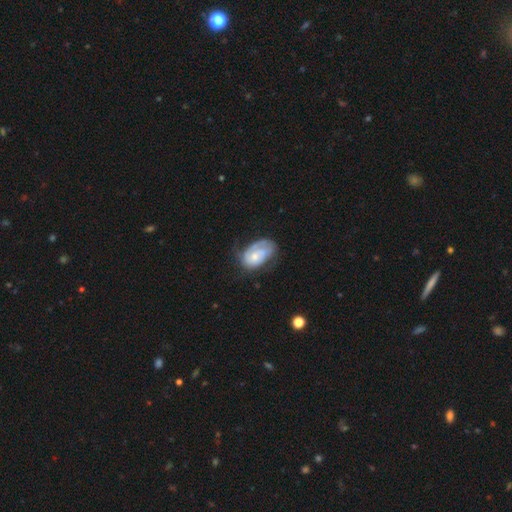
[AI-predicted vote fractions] smooth-or-featured: featured or disk: 63% | smooth: 31% | star or artifact: 6%
  disk-edge-on: no: 96% | yes: 4%
    bar: no: 75% | weak: 22% | strong: 4%
    has-spiral-arms: yes: 80% | no: 20%
    bulge-size: small: 49% | moderate: 40% | none: 5% | large: 4% | dominant: 1%
  merging: none: 47% | minor disturbance: 29% | major disturbance: 21% | merger: 3%